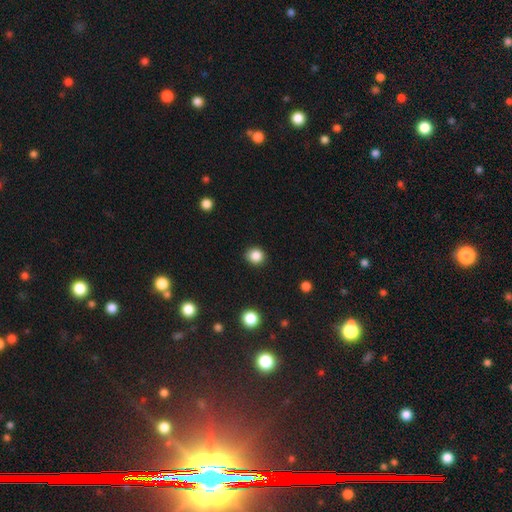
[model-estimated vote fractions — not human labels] Smooth or featured? smooth (86%)
How rounded? round (84%)
Merging? none (89%)